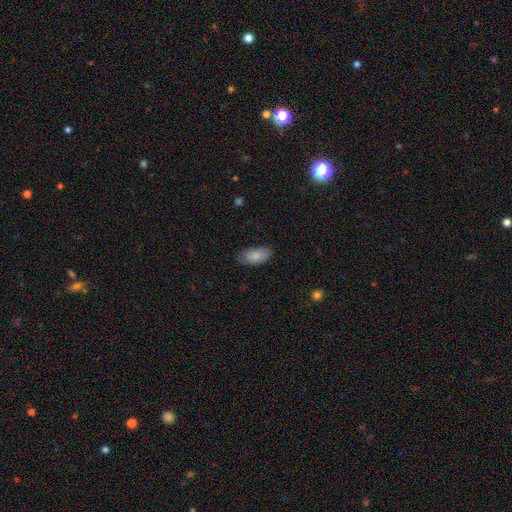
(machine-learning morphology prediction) Smooth or featured: smooth — 87% (featured or disk — 7%)
How rounded: in between — 93% (cigar-shaped — 5%)
Merging: none — 80% (minor disturbance — 16%)